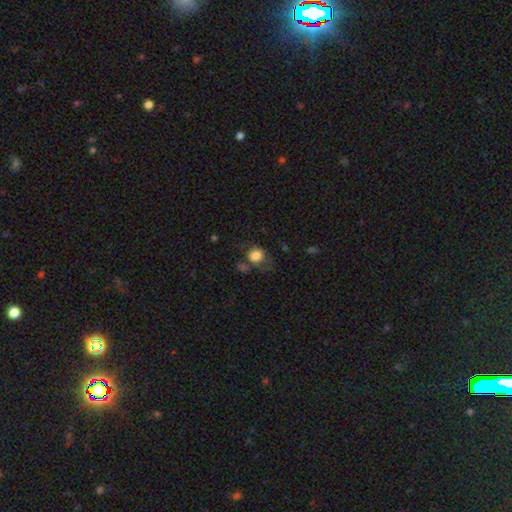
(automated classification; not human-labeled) Smooth or featured: smooth — 80% (star or artifact — 10%)
How rounded: round — 77% (in between — 22%)
Merging: none — 47% (minor disturbance — 23%)